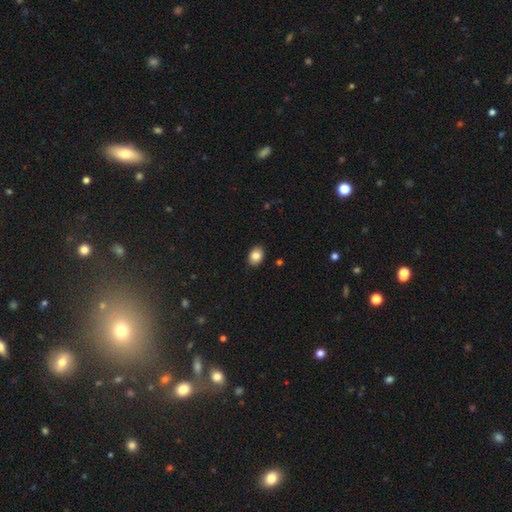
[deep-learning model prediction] This is clearly a smooth galaxy (85%). How rounded: likely in between (75%). Merging: clearly none (89%).